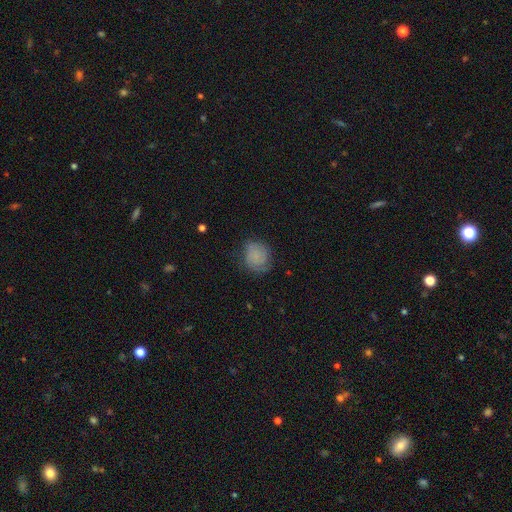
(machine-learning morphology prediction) A smooth galaxy with no disk features (62%) that is round (74%).

Vote fractions:
- Smooth or featured? smooth: 62% / featured or disk: 27% / star or artifact: 11%
- How rounded? round: 74% / in between: 25% / cigar-shaped: 1%
- Merging? none: 66% / minor disturbance: 23% / major disturbance: 9% / merger: 1%